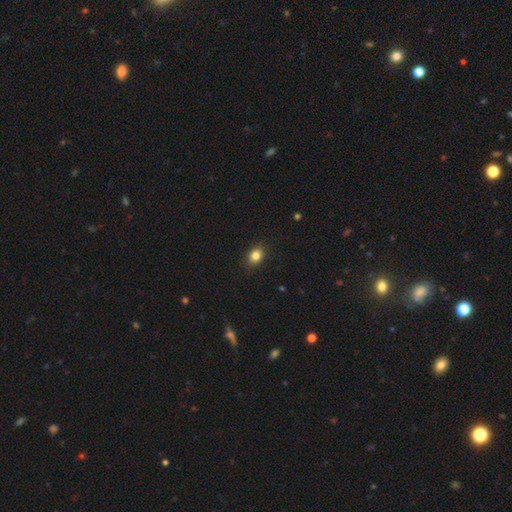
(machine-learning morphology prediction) This appears to be a smooth galaxy with no disk features (84%) that is in between round and cigar-shaped (65%). Merging: none (88%).